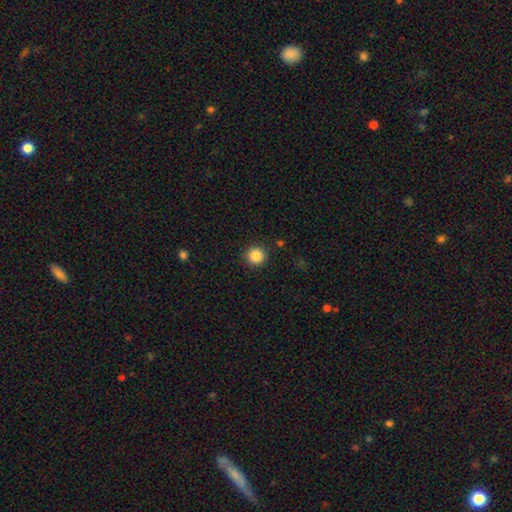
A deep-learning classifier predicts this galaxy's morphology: Smooth or featured? Predicted: smooth (p=0.86). How rounded? Predicted: round (p=0.95). Merging? Predicted: none (p=0.91).